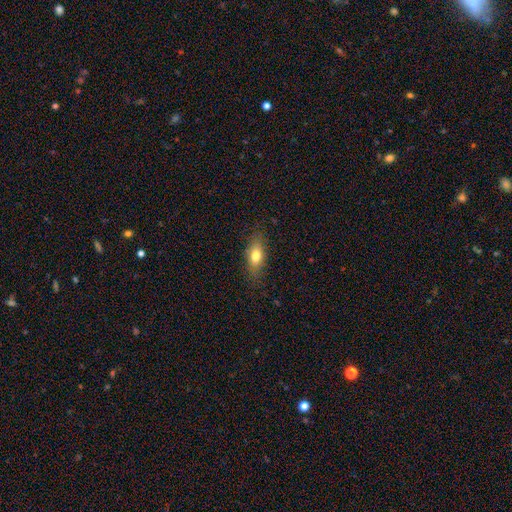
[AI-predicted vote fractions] Smooth or featured? Predicted: smooth (p=0.71). How rounded? Predicted: in between (p=0.72). Merging? Predicted: none (p=0.80).